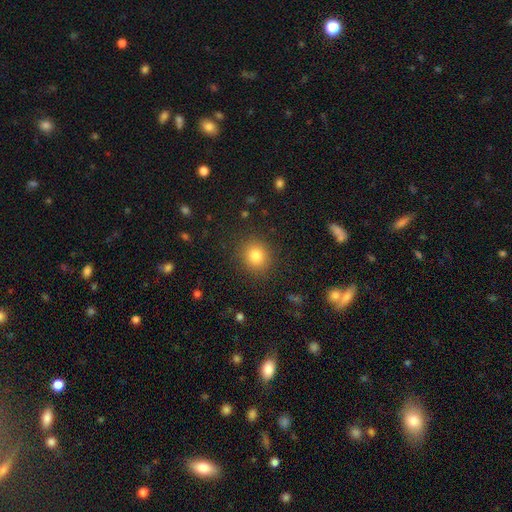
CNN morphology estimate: A smooth galaxy with no disk features (82%) that is round (82%). Merging: none (88%).